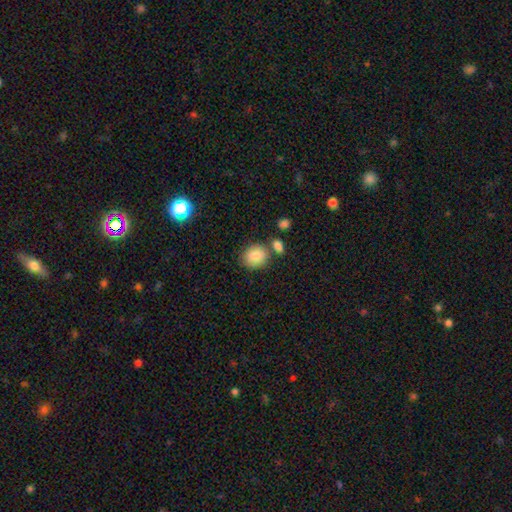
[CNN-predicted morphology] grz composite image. It shows a smooth galaxy with no disk features (85%) that is round (68%). Merging: none (70%).